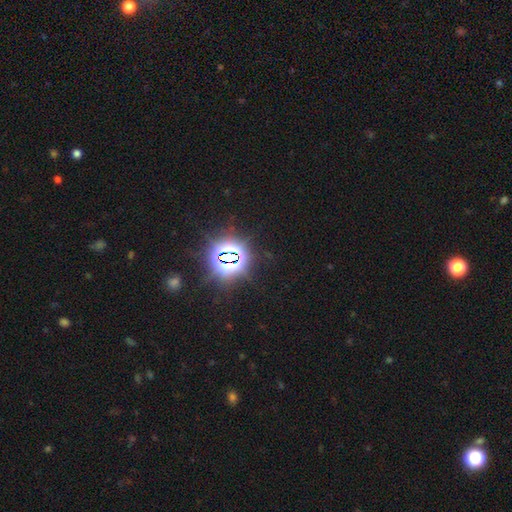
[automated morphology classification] The model was most divided on "smooth or featured": star or artifact: 82%, smooth: 11%, featured or disk: 7%.